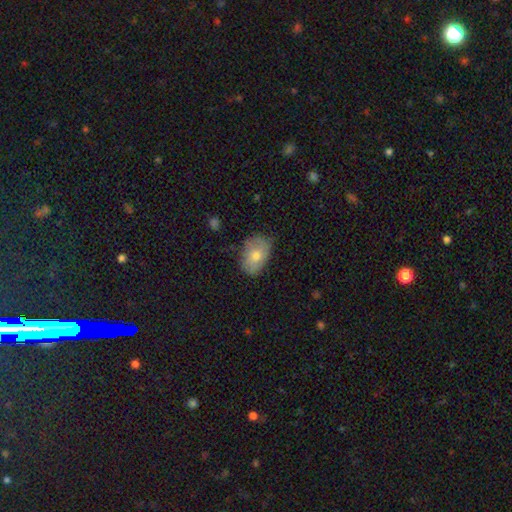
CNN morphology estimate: Q: Smooth or featured?
A: smooth (69%); runner-up: featured or disk (23%)
Q: How rounded?
A: in between (83%); runner-up: round (16%)
Q: Merging?
A: none (69%); runner-up: minor disturbance (25%)